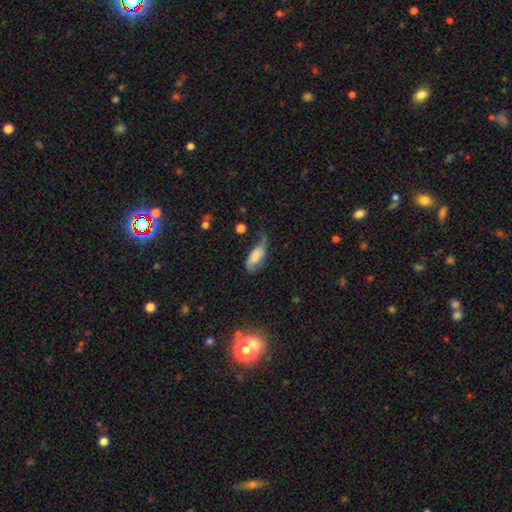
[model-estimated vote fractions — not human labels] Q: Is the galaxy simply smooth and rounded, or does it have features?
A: smooth — 56%.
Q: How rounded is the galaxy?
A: in between — 84%.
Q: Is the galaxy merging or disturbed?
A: minor disturbance — 36%.